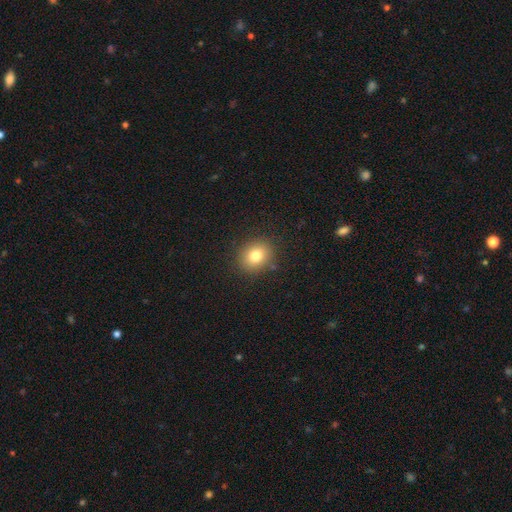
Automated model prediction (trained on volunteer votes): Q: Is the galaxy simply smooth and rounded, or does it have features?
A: smooth — 79%.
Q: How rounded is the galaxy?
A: round — 65%.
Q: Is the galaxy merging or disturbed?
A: none — 88%.